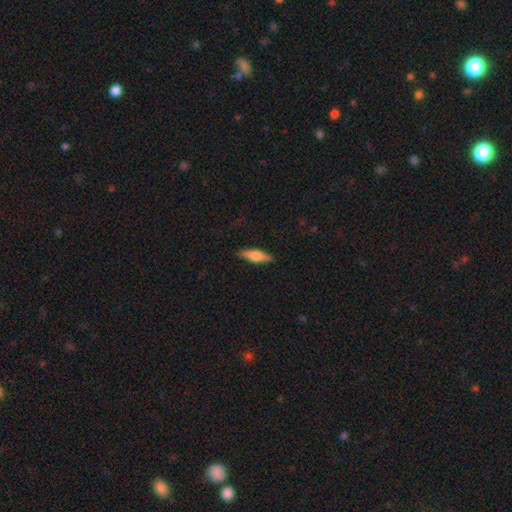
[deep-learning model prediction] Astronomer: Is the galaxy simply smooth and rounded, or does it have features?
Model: smooth — 58% (runner-up: featured or disk, 36%).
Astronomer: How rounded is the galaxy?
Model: cigar-shaped — 58% (runner-up: in between, 40%).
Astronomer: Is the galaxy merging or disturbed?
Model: none — 88%.